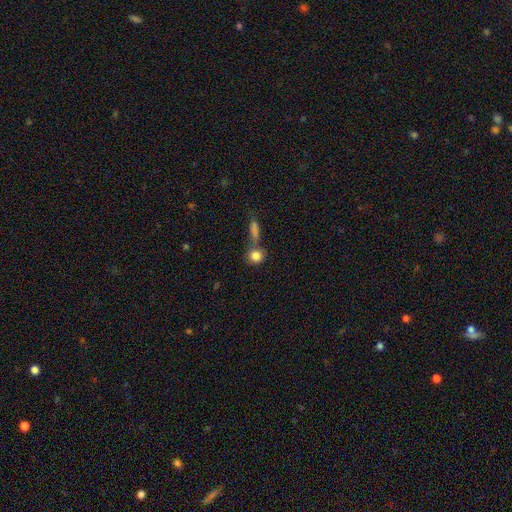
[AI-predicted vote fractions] smooth_or_featured: smooth (p=0.83) [alt: star or artifact p=0.09]
how_rounded: round (p=0.81) [alt: in between p=0.16]
merging: none (p=0.54) [alt: merger p=0.30]